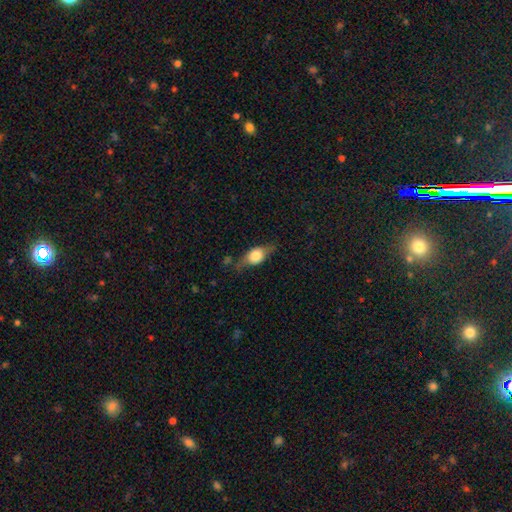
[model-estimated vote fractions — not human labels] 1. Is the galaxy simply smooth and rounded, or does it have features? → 54% smooth, 39% featured or disk, 8% star or artifact.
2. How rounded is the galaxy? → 71% in between, 17% round, 12% cigar-shaped.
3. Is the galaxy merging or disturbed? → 64% none, 25% minor disturbance, 9% major disturbance, 3% merger.